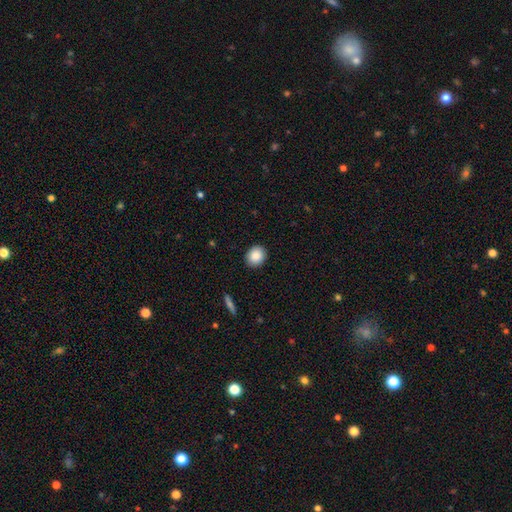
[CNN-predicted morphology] Smooth or featured? Predicted: smooth (p=0.87). How rounded? Predicted: round (p=0.67). Merging? Predicted: none (p=0.90).